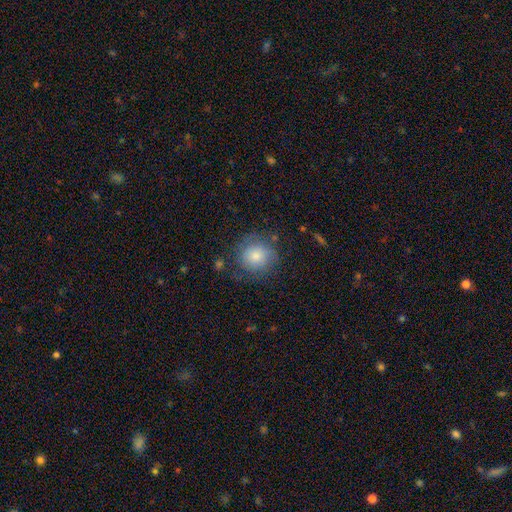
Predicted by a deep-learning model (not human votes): The model was most divided on "merging": none: 71%, minor disturbance: 19%, major disturbance: 8%, merger: 2%. More confident: how rounded — round (89%); smooth or featured — smooth (72%).